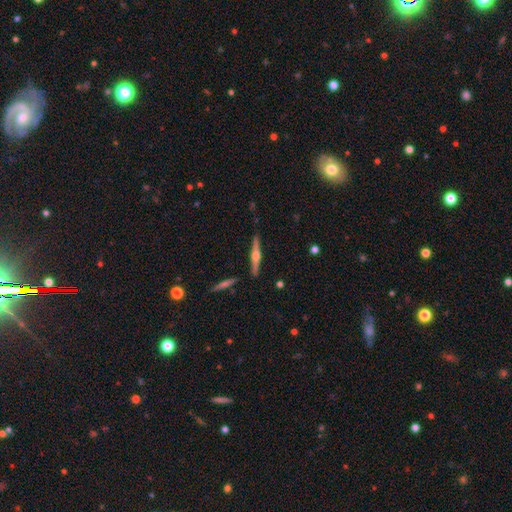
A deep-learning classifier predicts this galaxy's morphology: featured or disk 74%, smooth 20%, star or artifact 6%. Down the decision tree: edge-on disk — yes (98%); edge-on bulge — rounded (93%); merging — none (89%).